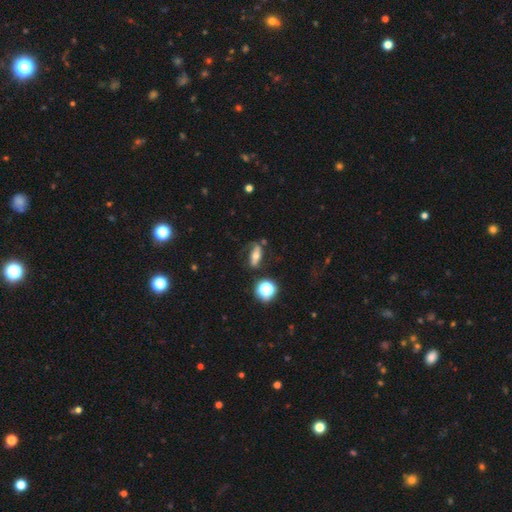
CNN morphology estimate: Overall: smooth (45%; featured or disk 42%). Merging: none (59%; minor disturbance 22%).